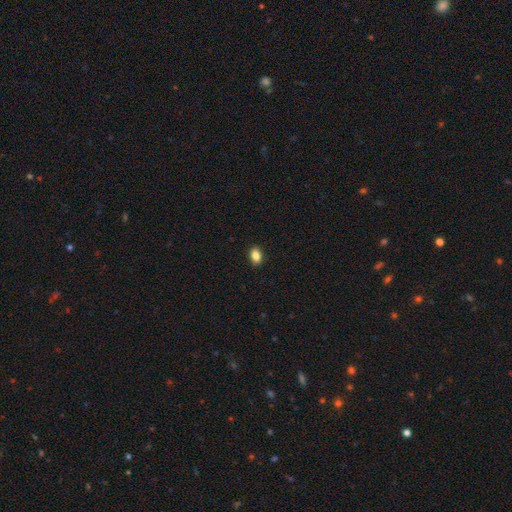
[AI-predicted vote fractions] Morphology: type=smooth (86%); roundness=in between (82%); merging=none (89%).